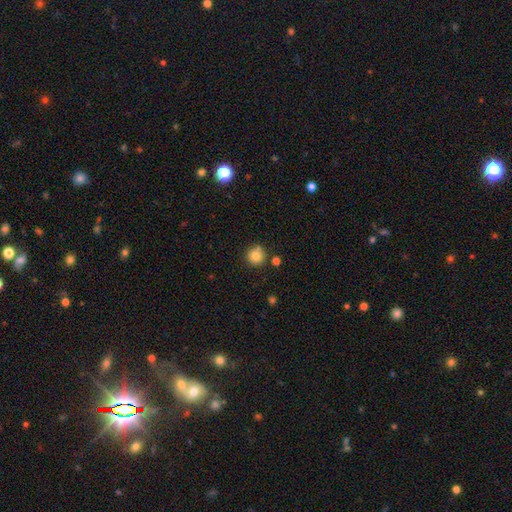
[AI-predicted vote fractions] This is clearly a smooth galaxy (83%). How rounded: clearly round (94%). Merging: likely none (80%).